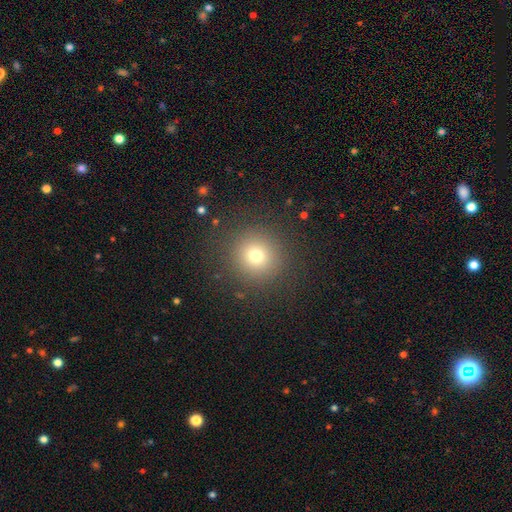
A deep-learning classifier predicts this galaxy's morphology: type=smooth (72%); roundness=round (94%); merging=none (88%).